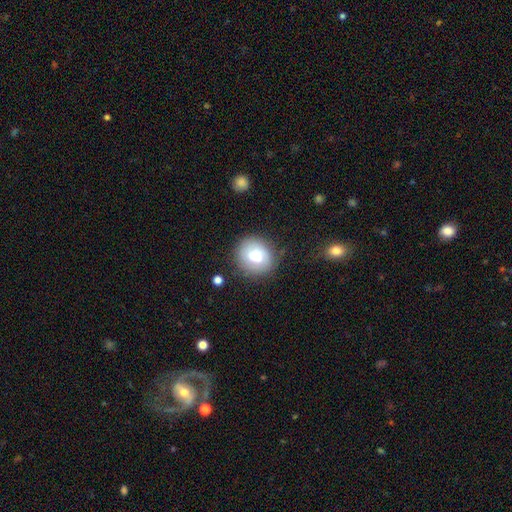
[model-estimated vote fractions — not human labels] smooth 67%, featured or disk 24%, star or artifact 9%. Down the decision tree: how rounded — round (76%); merging — none (74%).